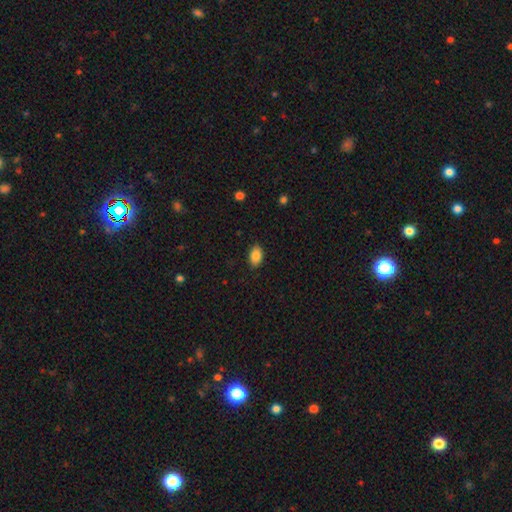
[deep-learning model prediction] A smooth galaxy with no disk features (86%) that is in between round and cigar-shaped (87%).

Vote fractions:
- Smooth or featured? smooth: 86% / star or artifact: 8% / featured or disk: 6%
- How rounded? in between: 87% / round: 11% / cigar-shaped: 1%
- Merging? none: 87% / minor disturbance: 10% / major disturbance: 2% / merger: 1%